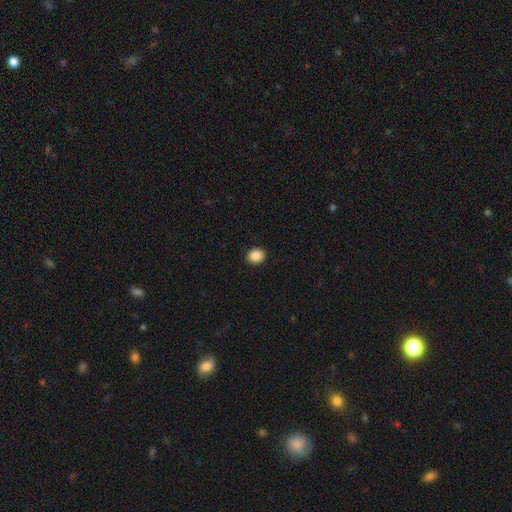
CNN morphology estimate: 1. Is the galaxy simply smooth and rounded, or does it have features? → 88% smooth, 9% star or artifact, 3% featured or disk.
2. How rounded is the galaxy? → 69% round, 30% in between, 1% cigar-shaped.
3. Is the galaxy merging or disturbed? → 92% none, 6% minor disturbance, 2% major disturbance, 1% merger.